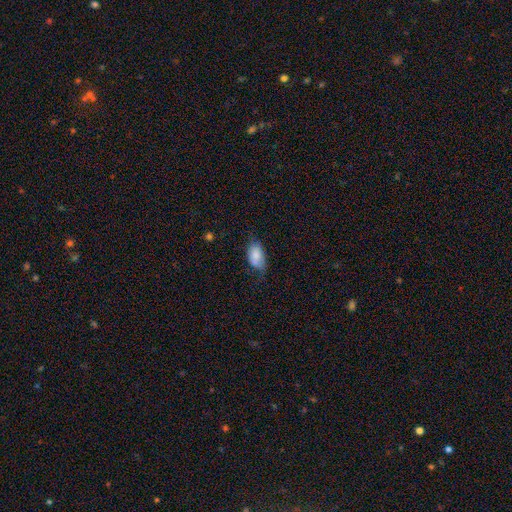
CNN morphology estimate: A smooth galaxy with no disk features (80%) that is in between round and cigar-shaped (92%).

Vote fractions:
- Smooth or featured? smooth: 80% / featured or disk: 14% / star or artifact: 7%
- How rounded? in between: 92% / round: 6% / cigar-shaped: 2%
- Merging? none: 54% / minor disturbance: 34% / major disturbance: 9% / merger: 2%